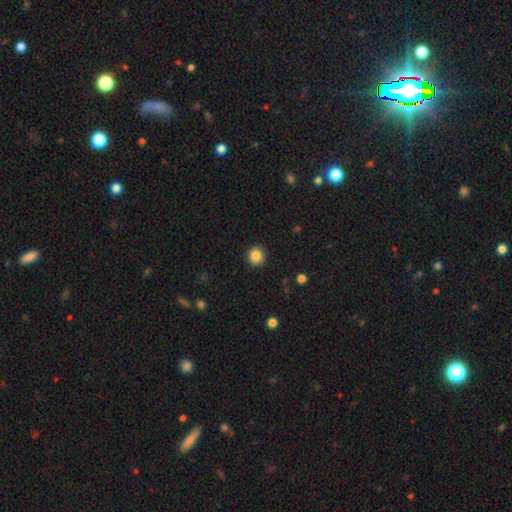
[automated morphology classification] Overall: smooth (86%). How rounded: round (93%). Merging: none (92%).